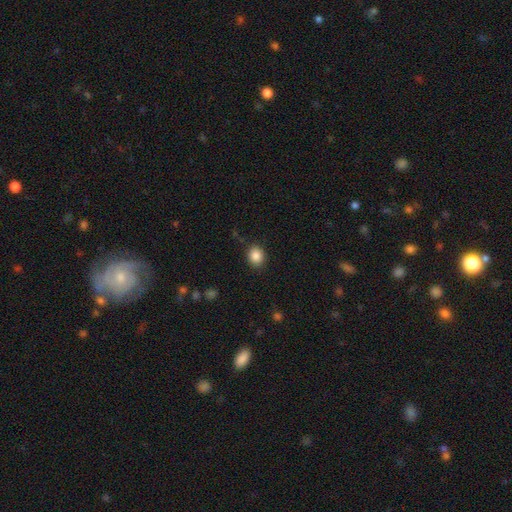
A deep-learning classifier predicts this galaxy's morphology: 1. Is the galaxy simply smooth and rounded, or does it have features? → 87% smooth, 9% star or artifact, 4% featured or disk.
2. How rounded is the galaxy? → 59% round, 40% in between, 1% cigar-shaped.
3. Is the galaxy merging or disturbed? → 88% none, 9% minor disturbance, 3% major disturbance, 1% merger.